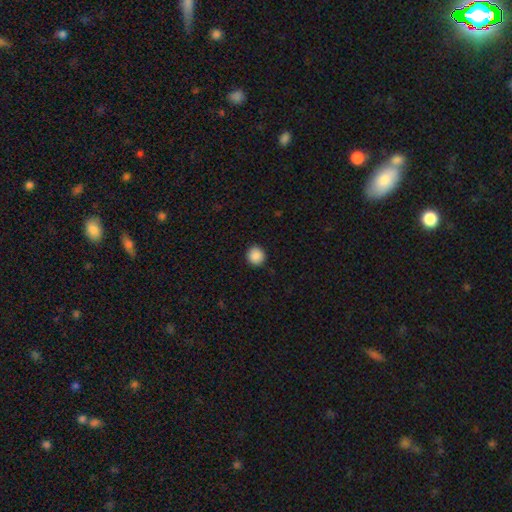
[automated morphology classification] The model was most divided on "smooth or featured": smooth: 89%, star or artifact: 9%, featured or disk: 2%. More confident: how rounded — round (94%); merging — none (92%).